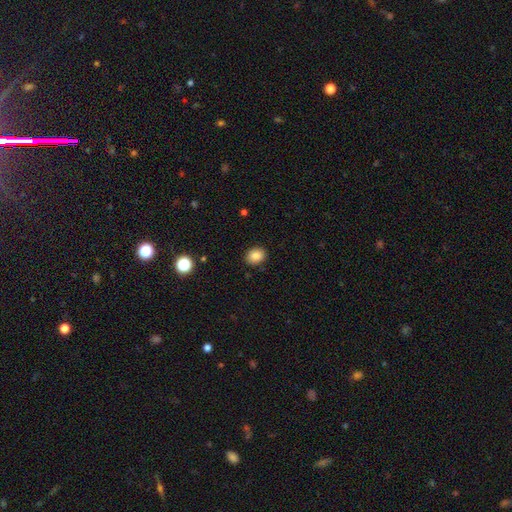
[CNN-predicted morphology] This appears to be a smooth galaxy with no disk features (85%) that is in between round and cigar-shaped (53%). Merging: none (88%).